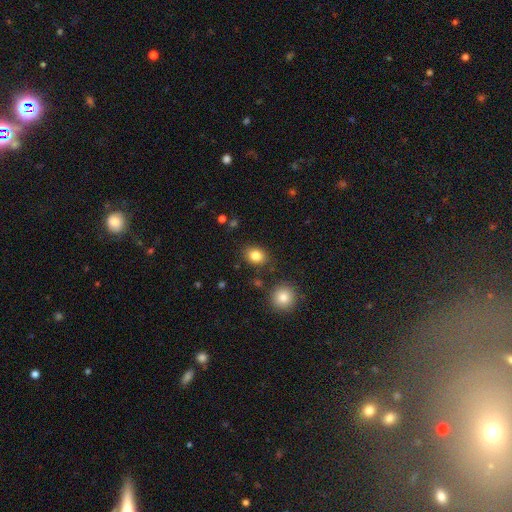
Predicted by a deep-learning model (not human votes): Overall: smooth (83%). How rounded: in between (52%; round 47%). Merging: none (83%).